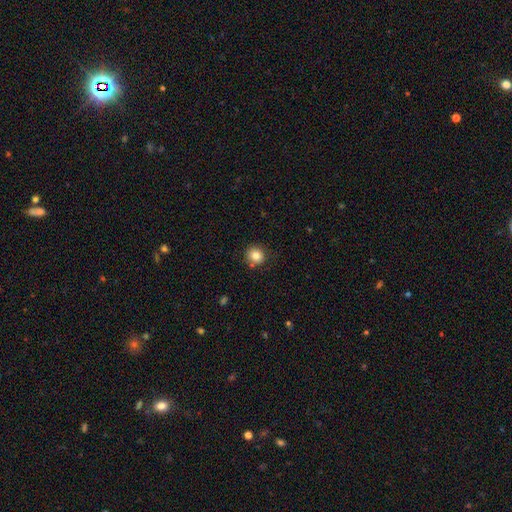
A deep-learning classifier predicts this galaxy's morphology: smooth_or_featured: smooth (p=0.84) [alt: star or artifact p=0.10]
how_rounded: round (p=0.89) [alt: in between p=0.10]
merging: none (p=0.82) [alt: minor disturbance p=0.11]